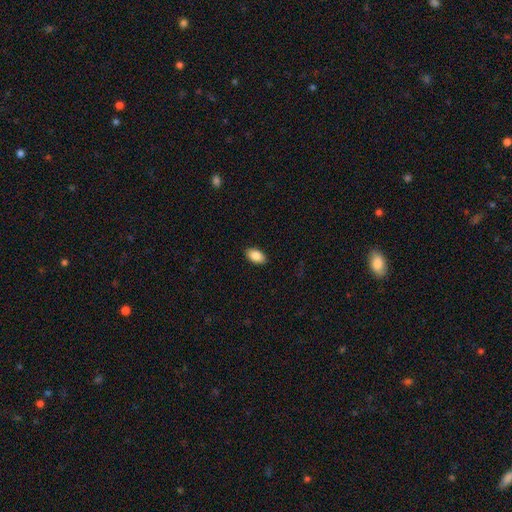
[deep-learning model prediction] Q: Smooth or featured?
A: smooth (87%); runner-up: star or artifact (7%)
Q: How rounded?
A: in between (93%); runner-up: round (5%)
Q: Merging?
A: none (89%); runner-up: minor disturbance (8%)